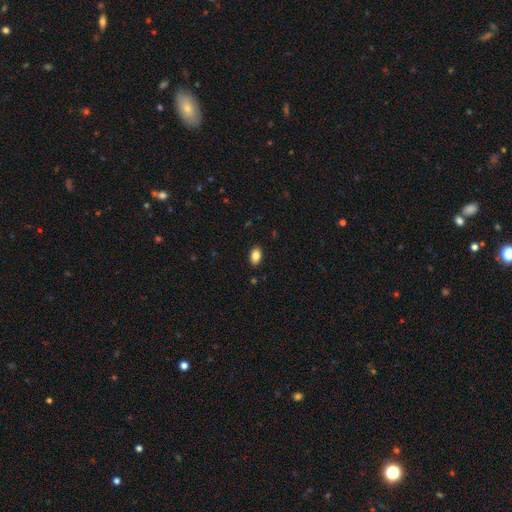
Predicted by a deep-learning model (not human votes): Smooth or featured? Predicted: smooth (p=0.85). How rounded? Predicted: in between (p=0.90). Merging? Predicted: none (p=0.89).